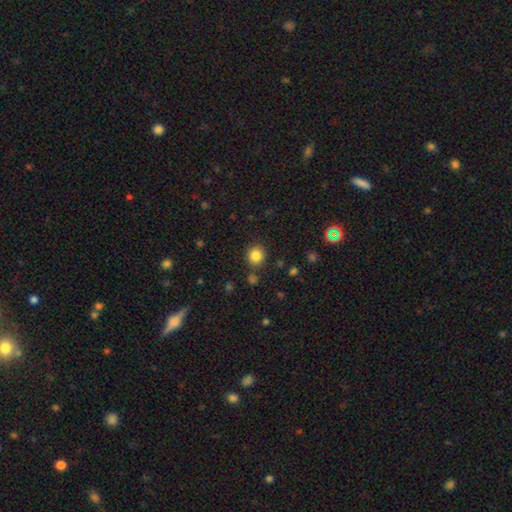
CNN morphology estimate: A smooth galaxy with no disk features (84%) that is round (85%).

Vote fractions:
- Smooth or featured? smooth: 84% / star or artifact: 12% / featured or disk: 4%
- How rounded? round: 85% / in between: 14% / cigar-shaped: 1%
- Merging? none: 84% / minor disturbance: 8% / merger: 5% / major disturbance: 3%